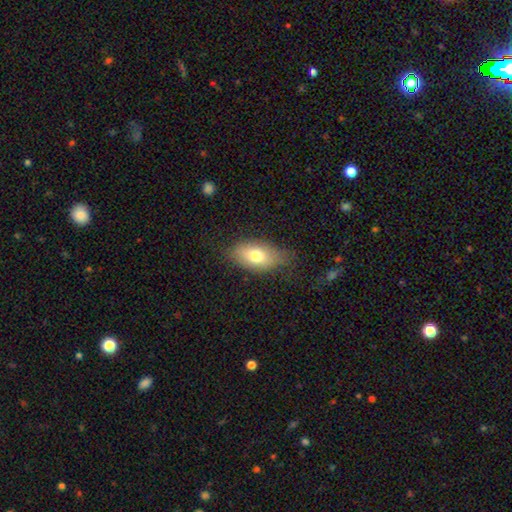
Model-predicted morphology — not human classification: Smooth or featured? smooth (74%)
How rounded? in between (88%)
Merging? none (68%)